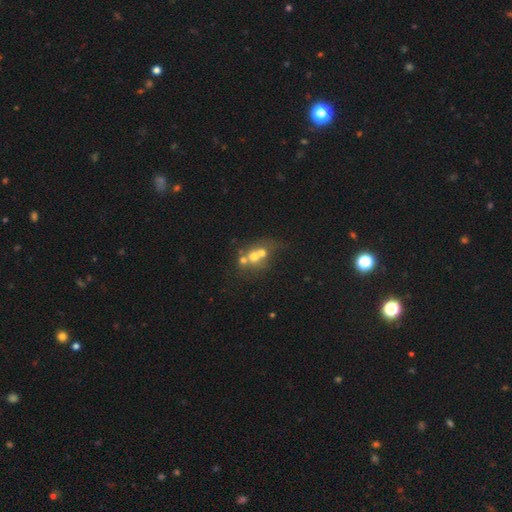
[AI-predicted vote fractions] Overall: smooth (54%; featured or disk 31%). How rounded: round (68%; in between 30%). Merging: merger (59%; none 28%).